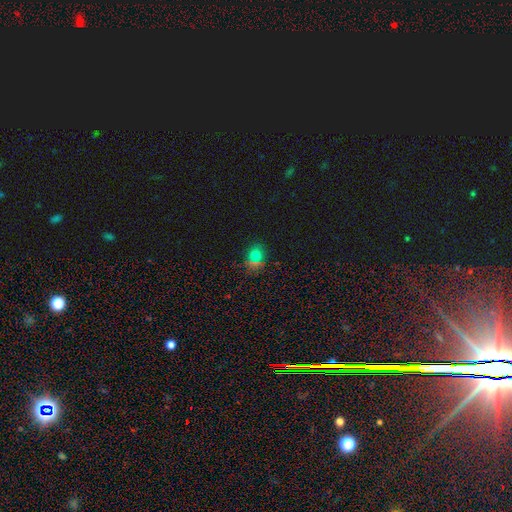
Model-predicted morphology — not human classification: smooth_or_featured: smooth (p=0.63) [alt: star or artifact p=0.30]
how_rounded: round (p=0.64) [alt: in between p=0.35]
merging: none (p=0.81) [alt: minor disturbance p=0.10]